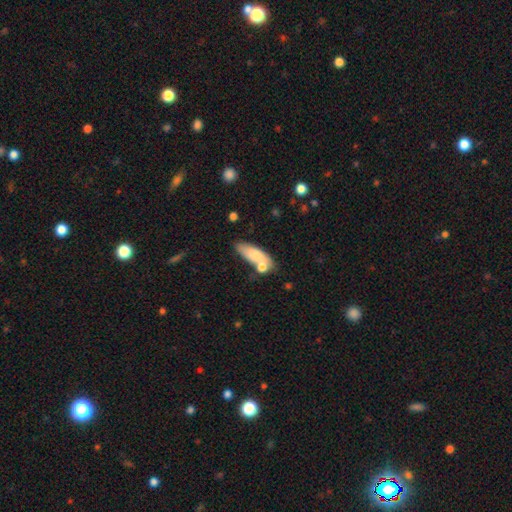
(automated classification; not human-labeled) Q: Smooth or featured?
A: smooth (77%); runner-up: featured or disk (16%)
Q: How rounded?
A: in between (62%); runner-up: cigar-shaped (35%)
Q: Merging?
A: none (57%); runner-up: merger (21%)